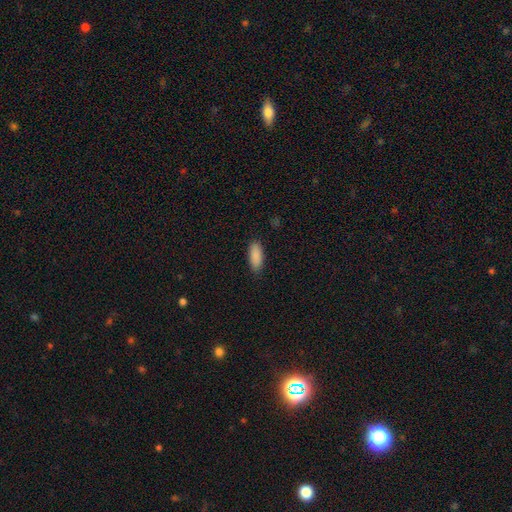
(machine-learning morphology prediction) Smooth or featured? smooth (90%)
How rounded? in between (74%)
Merging? none (87%)